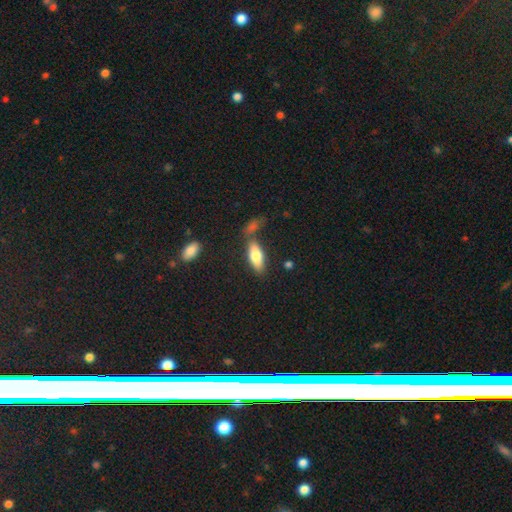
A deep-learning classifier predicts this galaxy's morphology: A smooth galaxy with no disk features (74%) that is in between round and cigar-shaped (75%).

Vote fractions:
- Smooth or featured? smooth: 74% / featured or disk: 20% / star or artifact: 6%
- How rounded? in between: 75% / cigar-shaped: 23% / round: 2%
- Merging? none: 64% / minor disturbance: 16% / merger: 15% / major disturbance: 5%